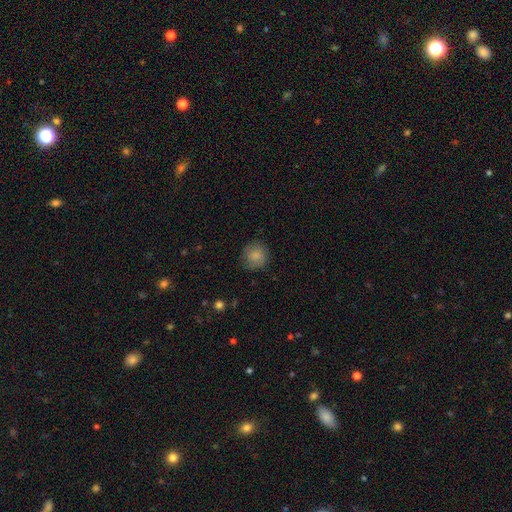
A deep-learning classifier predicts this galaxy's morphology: The model was most divided on "merging": none: 80%, minor disturbance: 15%, major disturbance: 4%, merger: 1%. More confident: how rounded — round (89%); smooth or featured — smooth (81%).